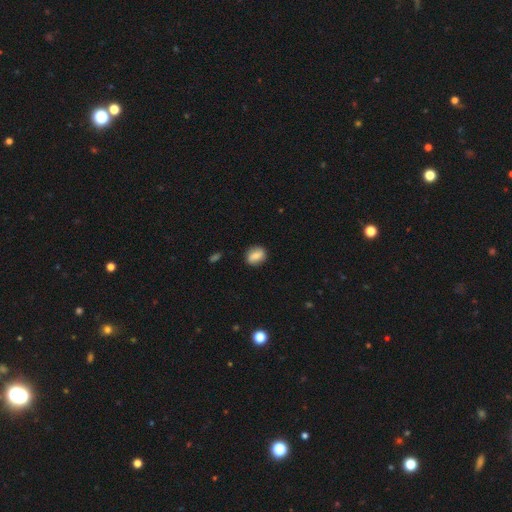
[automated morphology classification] Smooth or featured? Predicted: smooth (p=0.73). How rounded? Predicted: in between (p=0.49, tied with round). Merging? Predicted: none (p=0.85).